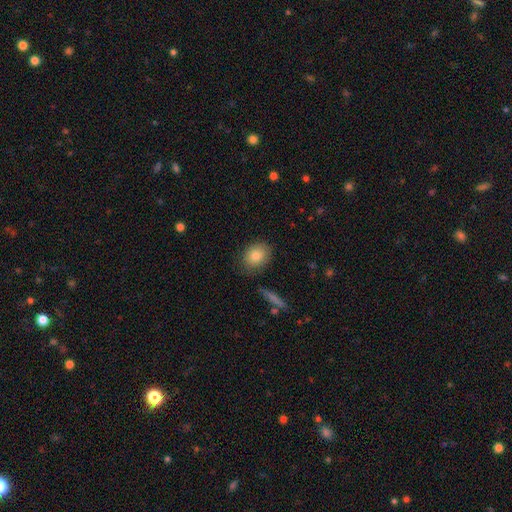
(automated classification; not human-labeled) smooth_or_featured: smooth (p=0.81) [alt: featured or disk p=0.11]
how_rounded: in between (p=0.52) [alt: round p=0.46]
merging: none (p=0.81) [alt: minor disturbance p=0.13]